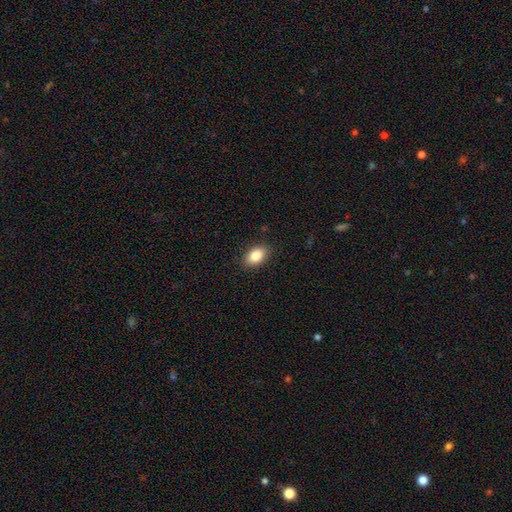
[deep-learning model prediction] This is clearly a smooth galaxy (86%). How rounded: clearly in between (87%). Merging: clearly none (88%).